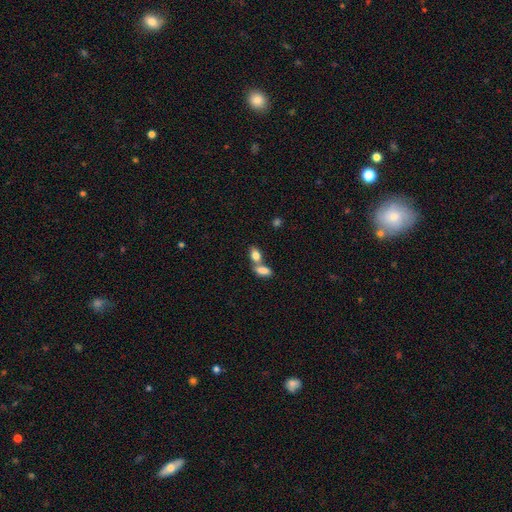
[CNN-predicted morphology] A smooth galaxy with no disk features (81%) that is in between round and cigar-shaped (86%). Merging: merger (52%).